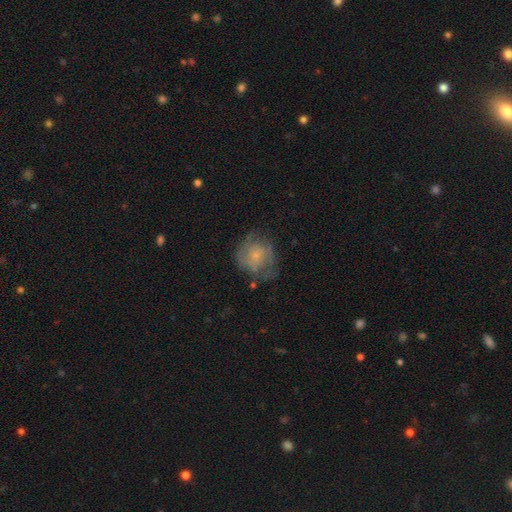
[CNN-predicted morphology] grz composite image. It shows a featured or disk galaxy (46%). Merging: none (51%).